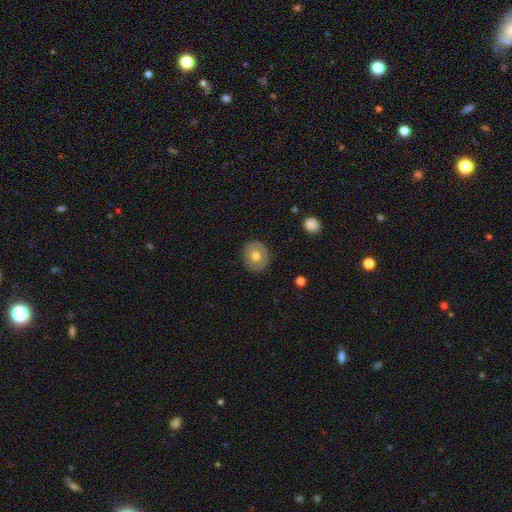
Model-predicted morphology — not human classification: This appears to be a smooth galaxy with no disk features (67%) that is round (80%). Merging: none (88%).